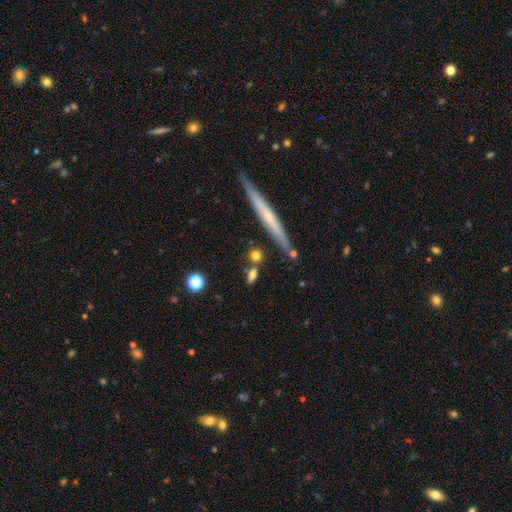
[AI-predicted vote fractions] Q: Smooth or featured?
A: smooth (72%); runner-up: featured or disk (18%)
Q: How rounded?
A: round (40%); runner-up: cigar-shaped (34%)
Q: Merging?
A: none (72%); runner-up: merger (13%)